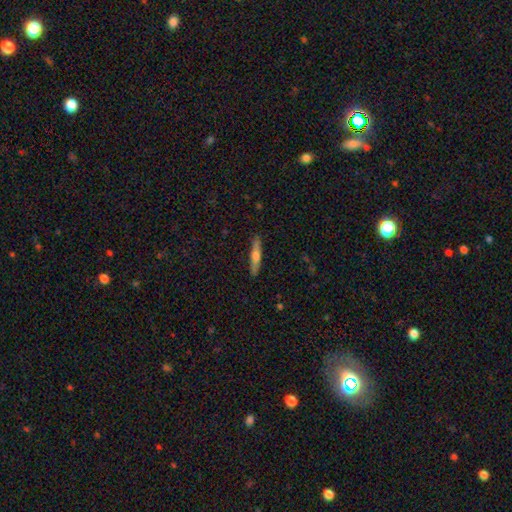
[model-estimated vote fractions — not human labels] The model was most divided on "smooth or featured": smooth: 56%, featured or disk: 38%, star or artifact: 6%. More confident: how rounded — cigar-shaped (89%); merging — none (89%).